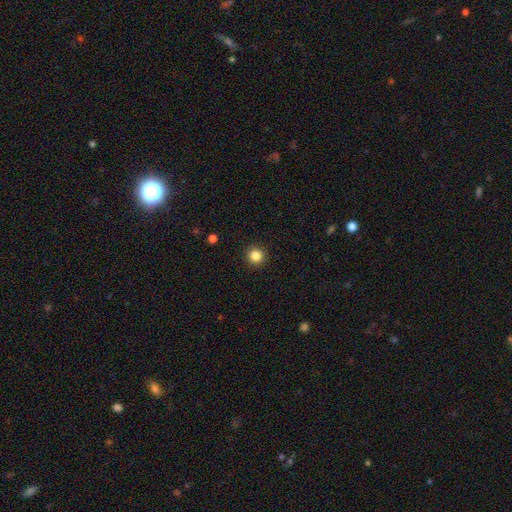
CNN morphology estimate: Q: Smooth or featured?
A: smooth (85%); runner-up: star or artifact (11%)
Q: How rounded?
A: round (95%); runner-up: in between (4%)
Q: Merging?
A: none (93%); runner-up: minor disturbance (5%)